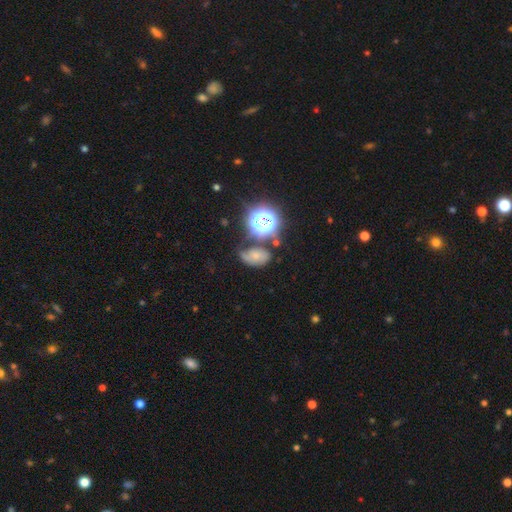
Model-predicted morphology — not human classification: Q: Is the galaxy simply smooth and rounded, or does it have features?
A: smooth — 48%.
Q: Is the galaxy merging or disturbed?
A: none — 44%.